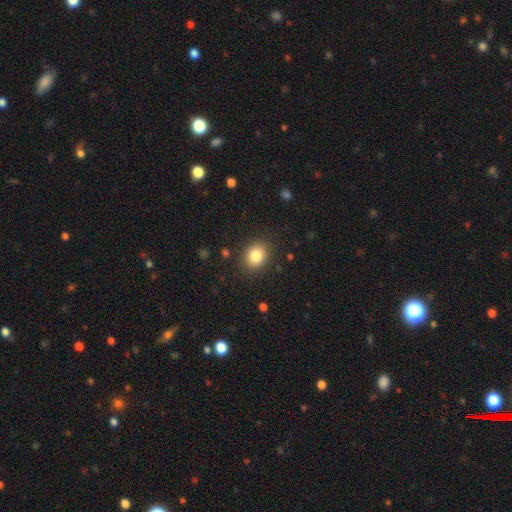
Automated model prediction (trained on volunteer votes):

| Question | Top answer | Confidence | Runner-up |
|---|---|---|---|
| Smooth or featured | smooth | 83% | star or artifact (9%) |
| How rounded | round | 51% | in between (48%) |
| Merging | none | 87% | minor disturbance (9%) |